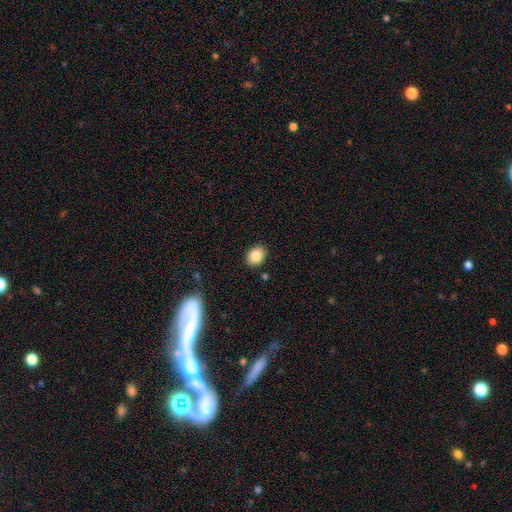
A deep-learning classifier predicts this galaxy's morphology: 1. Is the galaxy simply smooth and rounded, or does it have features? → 85% smooth, 9% star or artifact, 6% featured or disk.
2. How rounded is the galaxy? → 61% in between, 38% round, 1% cigar-shaped.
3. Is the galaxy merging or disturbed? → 88% none, 8% minor disturbance, 2% major disturbance, 2% merger.